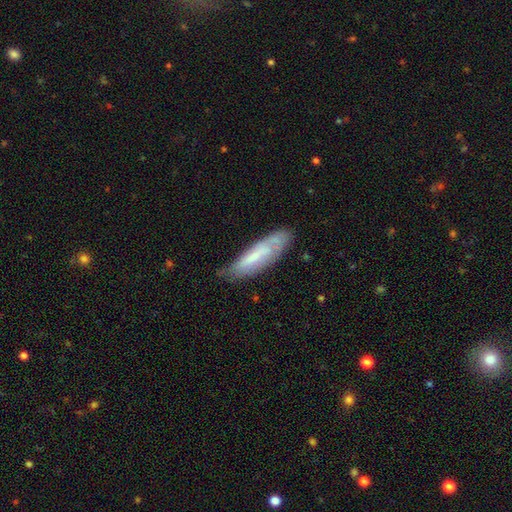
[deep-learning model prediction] This is possibly a smooth galaxy (49%). Merging: likely none (63%).